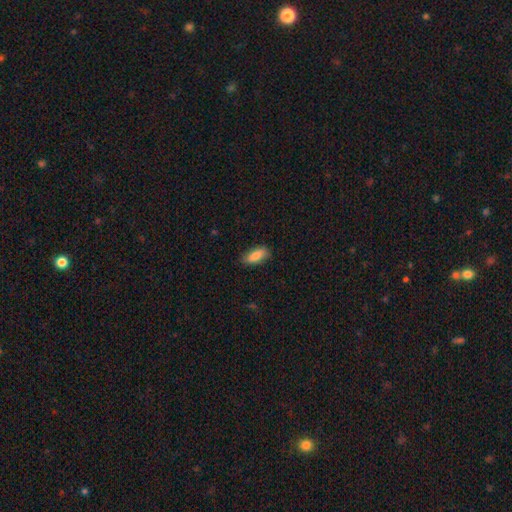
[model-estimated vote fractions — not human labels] The model was most divided on "how rounded": in between: 78%, cigar-shaped: 20%, round: 2%. More confident: smooth or featured — smooth (85%); merging — none (84%).